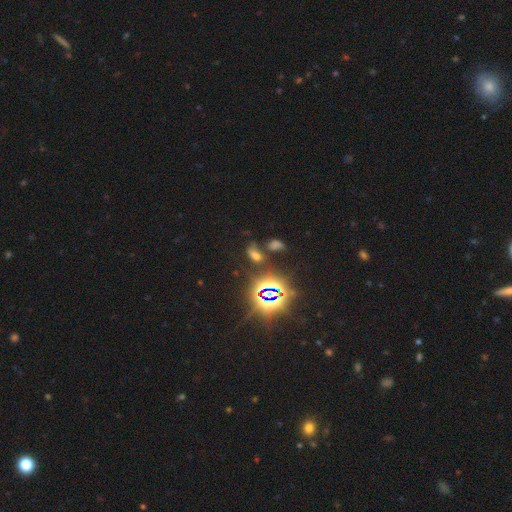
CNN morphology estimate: A star or artifact, not a galaxy (49%).

Vote fractions:
- Smooth or featured? star or artifact: 49% / smooth: 40% / featured or disk: 12%